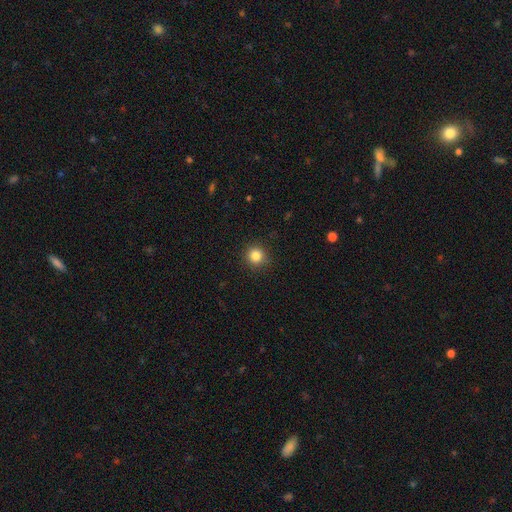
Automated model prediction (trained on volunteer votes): smooth_or_featured: smooth (p=0.84) [alt: star or artifact p=0.12]
how_rounded: round (p=0.94) [alt: in between p=0.05]
merging: none (p=0.90) [alt: minor disturbance p=0.07]